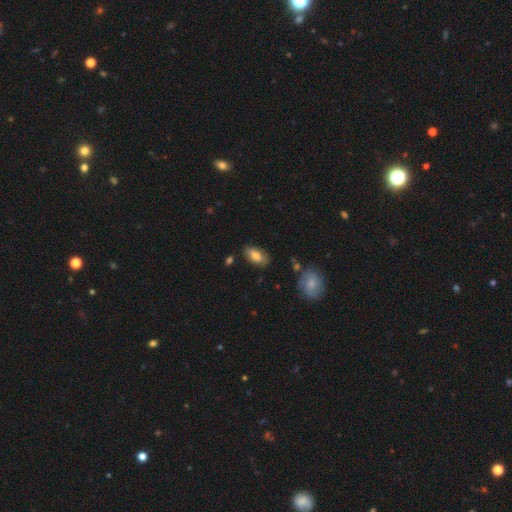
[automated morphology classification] Overall: smooth (72%). How rounded: in between (91%). Merging: none (77%).